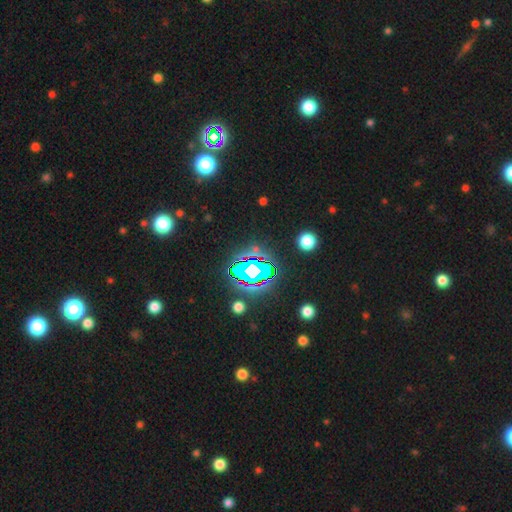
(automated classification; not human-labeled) Smooth or featured?
  - star or artifact: 81% *
  - smooth: 11%
  - featured or disk: 7%